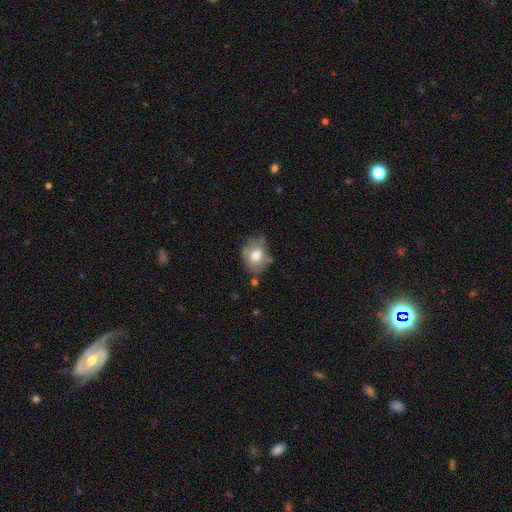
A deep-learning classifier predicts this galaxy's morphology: Smooth or featured: smooth — 66% (featured or disk — 25%)
How rounded: in between — 63% (round — 36%)
Merging: none — 47% (minor disturbance — 33%)